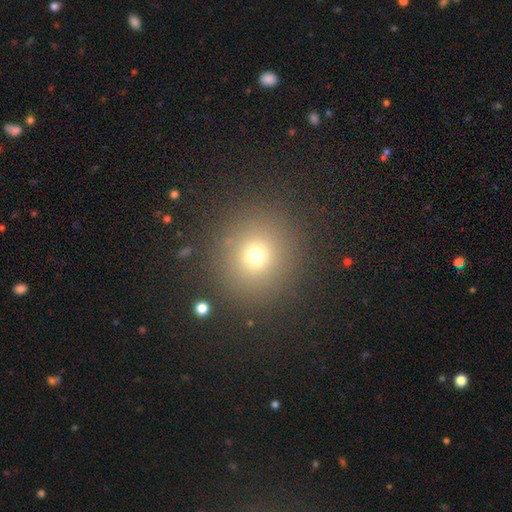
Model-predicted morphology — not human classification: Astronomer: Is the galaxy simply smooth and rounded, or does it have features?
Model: smooth — 71%.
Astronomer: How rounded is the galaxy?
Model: round — 91%.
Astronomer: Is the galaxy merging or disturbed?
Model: none — 87%.